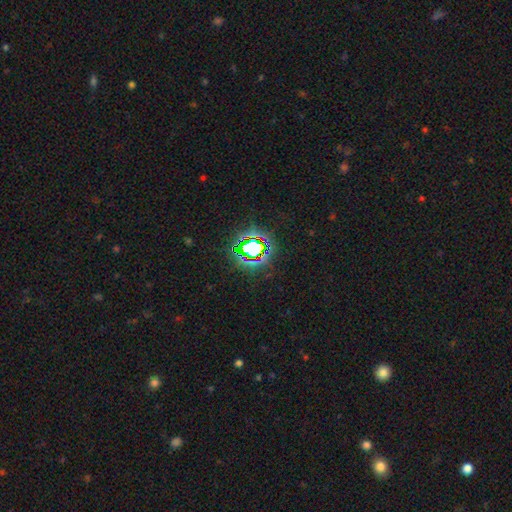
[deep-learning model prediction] This is likely a star or artifact rather than a galaxy (79%).